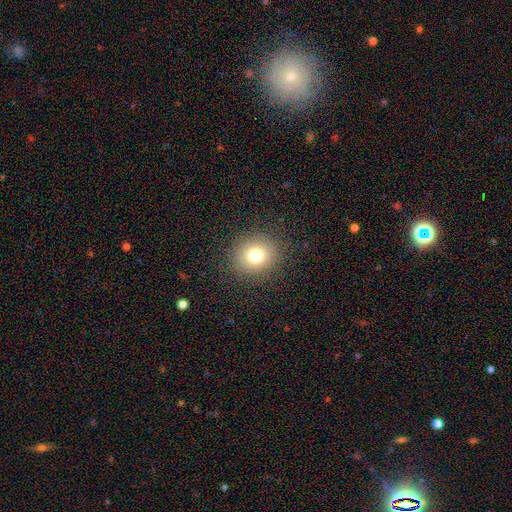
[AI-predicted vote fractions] The model was most divided on "smooth or featured": smooth: 76%, star or artifact: 14%, featured or disk: 10%. More confident: merging — none (88%); how rounded — round (81%).